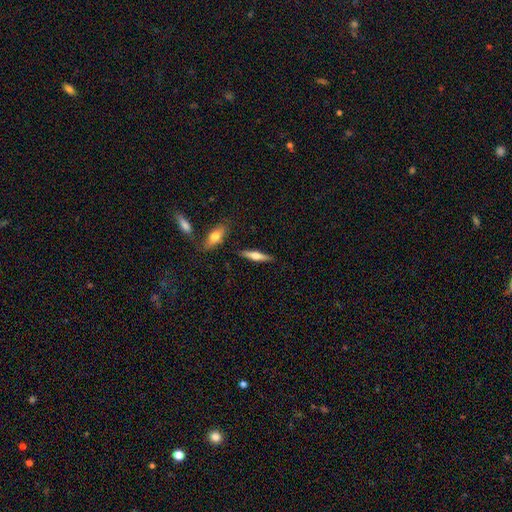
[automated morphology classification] A featured or disk galaxy (47%, tied with smooth).

Vote fractions:
- Smooth or featured? featured or disk: 47% (tied) / smooth: 47% (tied) / star or artifact: 6%
- Merging? none: 86% / minor disturbance: 9% / merger: 3% / major disturbance: 2%